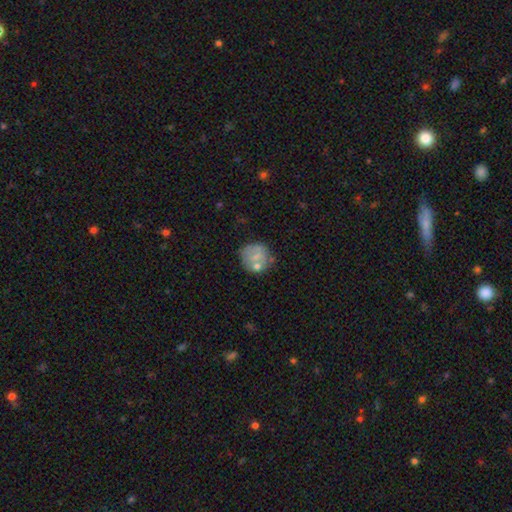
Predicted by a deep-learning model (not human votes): Smooth or featured?
  - smooth: 59% *
  - featured or disk: 32%
  - star or artifact: 9%
How rounded?
  - round: 87% *
  - in between: 12%
  - cigar-shaped: 1%
Merging?
  - none: 58% *
  - minor disturbance: 19%
  - merger: 15%
  - major disturbance: 8%